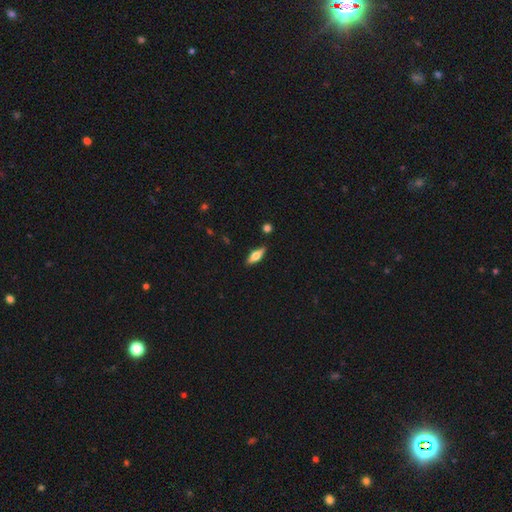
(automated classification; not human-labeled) A smooth galaxy with no disk features (51%) that is in between round and cigar-shaped (61%). Merging: none (87%).